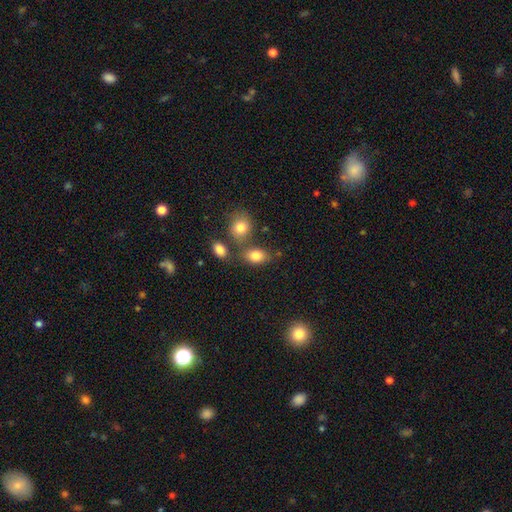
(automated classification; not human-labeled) smooth_or_featured: smooth (p=0.82) [alt: star or artifact p=0.10]
how_rounded: in between (p=0.75) [alt: round p=0.23]
merging: none (p=0.61) [alt: merger p=0.21]